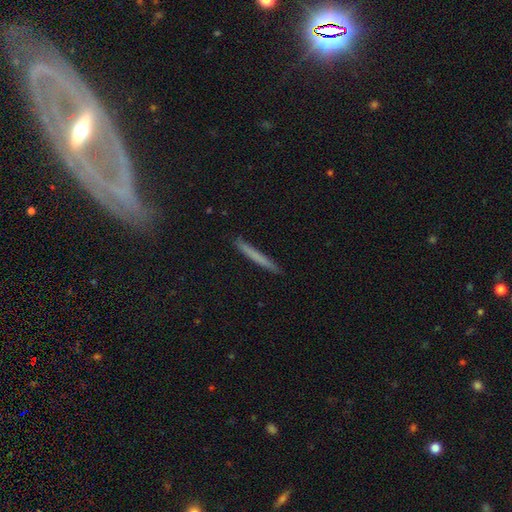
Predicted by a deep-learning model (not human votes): Overall: smooth (68%). How rounded: cigar-shaped (97%). Merging: none (91%).